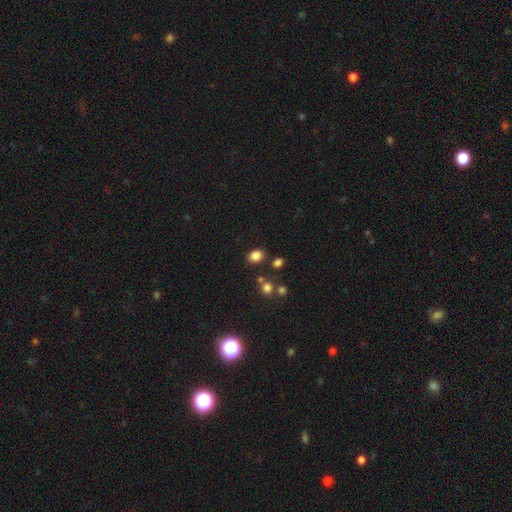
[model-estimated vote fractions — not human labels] Smooth or featured: smooth — 83% (star or artifact — 12%)
How rounded: in between — 59% (round — 40%)
Merging: none — 81% (minor disturbance — 10%)